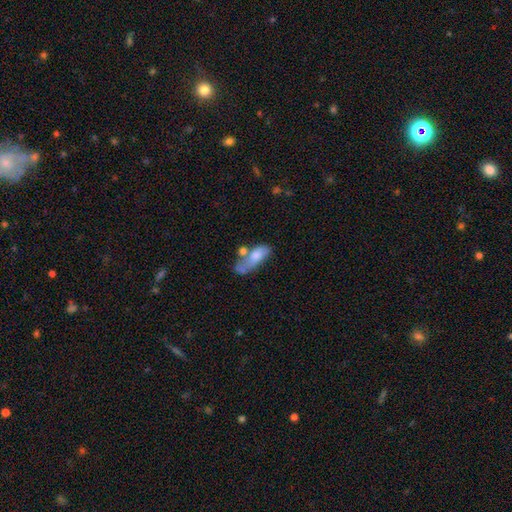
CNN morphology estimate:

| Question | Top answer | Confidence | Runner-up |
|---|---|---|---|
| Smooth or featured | smooth | 58% | featured or disk (34%) |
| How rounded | in between | 78% | cigar-shaped (18%) |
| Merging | merger | 29% | none (25%) |